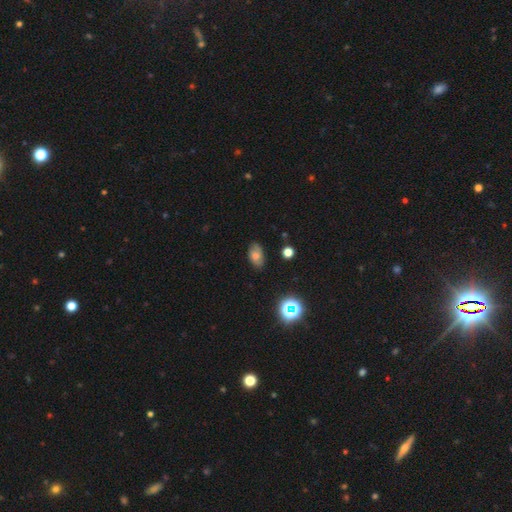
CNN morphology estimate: Smooth or featured: smooth — 59% (featured or disk — 26%)
How rounded: in between — 87% (round — 11%)
Merging: none — 78% (minor disturbance — 18%)